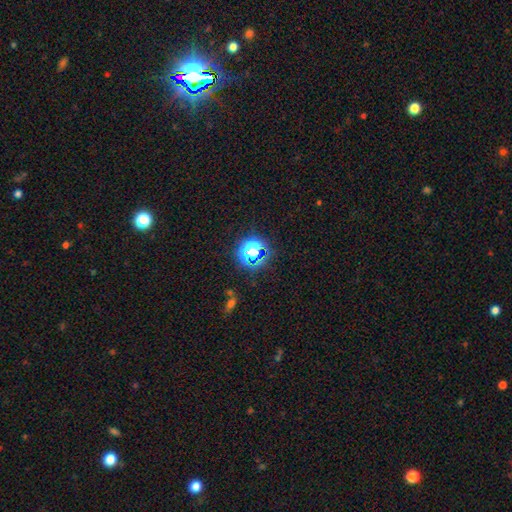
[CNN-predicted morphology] smooth-or-featured: star or artifact: 62% | smooth: 29% | featured or disk: 9%